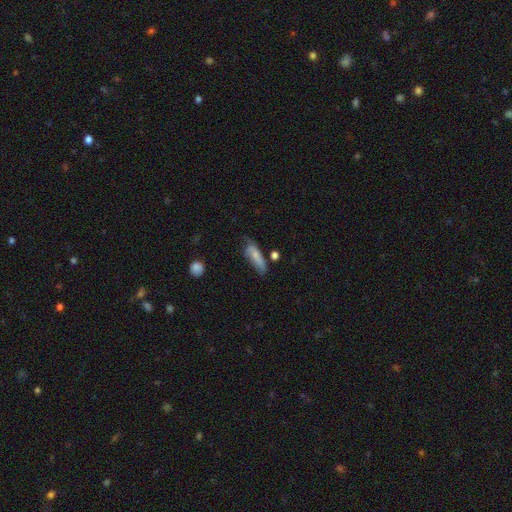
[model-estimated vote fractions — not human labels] Q: Smooth or featured?
A: smooth (69%); runner-up: featured or disk (24%)
Q: How rounded?
A: in between (59%); runner-up: cigar-shaped (39%)
Q: Merging?
A: none (43%); runner-up: minor disturbance (36%)